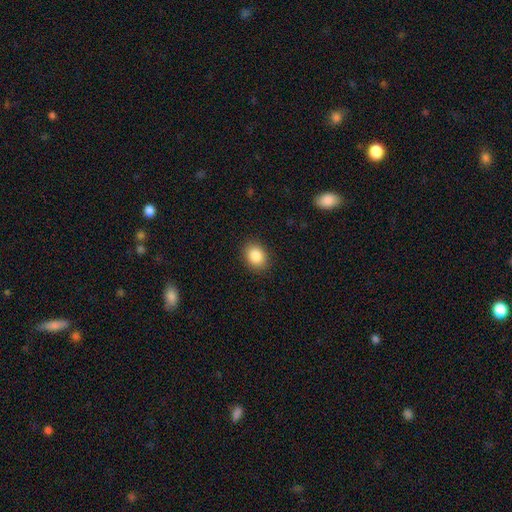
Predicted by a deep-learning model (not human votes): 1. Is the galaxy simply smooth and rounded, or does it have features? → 87% smooth, 9% star or artifact, 5% featured or disk.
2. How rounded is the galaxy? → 57% in between, 42% round, 1% cigar-shaped.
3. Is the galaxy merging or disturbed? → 89% none, 8% minor disturbance, 2% major disturbance, 1% merger.